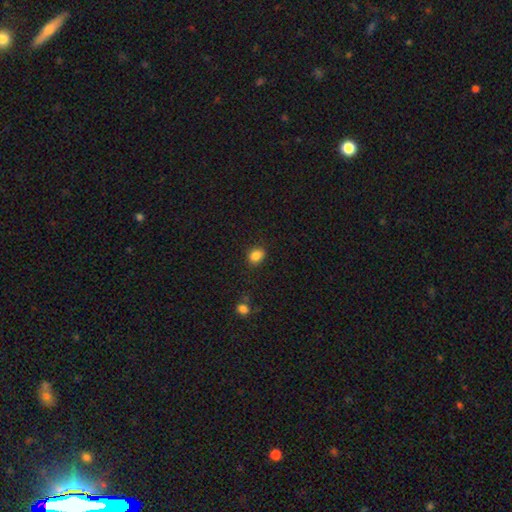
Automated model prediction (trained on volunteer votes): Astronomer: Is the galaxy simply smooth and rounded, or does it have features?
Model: smooth — 85%.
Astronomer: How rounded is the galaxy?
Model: round — 52% (runner-up: in between, 47%).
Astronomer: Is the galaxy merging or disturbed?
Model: none — 84%.